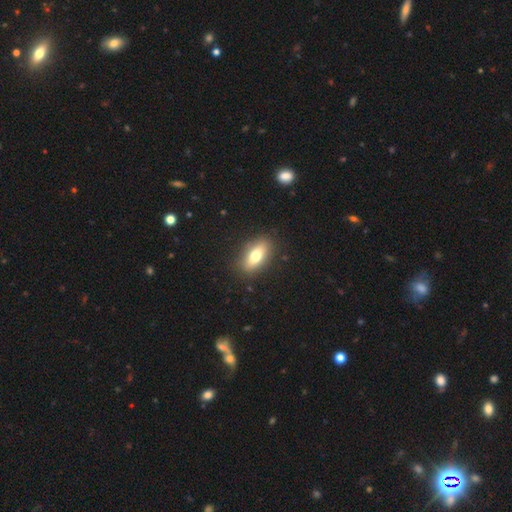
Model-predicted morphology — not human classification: Smooth or featured? smooth (69%)
How rounded? in between (81%)
Merging? none (87%)